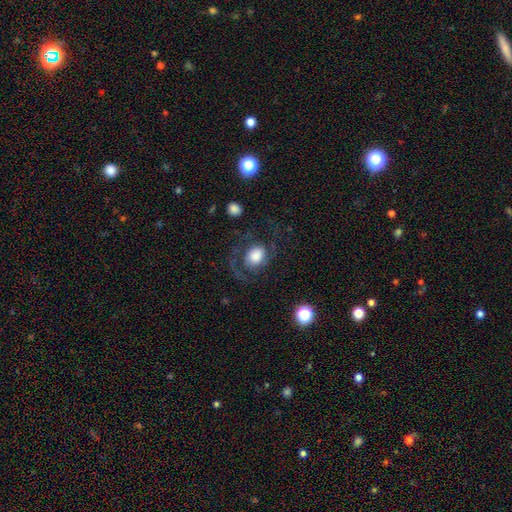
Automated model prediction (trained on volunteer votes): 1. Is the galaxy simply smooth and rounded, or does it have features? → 63% featured or disk, 29% smooth, 8% star or artifact.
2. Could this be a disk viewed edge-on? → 97% no, 3% yes.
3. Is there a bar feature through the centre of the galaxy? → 73% no, 22% weak, 5% strong.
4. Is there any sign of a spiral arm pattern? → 88% yes, 12% no.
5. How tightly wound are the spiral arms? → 44% medium, 40% loose, 16% tight.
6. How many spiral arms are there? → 78% 2, 11% 1, 5% can't tell, 3% 3, 2% 4, 2% more than 4.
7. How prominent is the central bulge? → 46% large, 22% moderate, 19% dominant, 8% small, 5% none.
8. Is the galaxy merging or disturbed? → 59% none, 23% major disturbance, 15% minor disturbance, 2% merger.